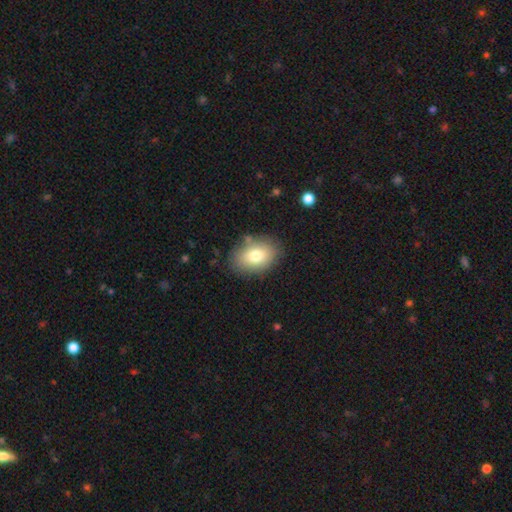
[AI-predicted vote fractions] A smooth galaxy with no disk features (77%) that is in between round and cigar-shaped (84%). Merging: none (82%).